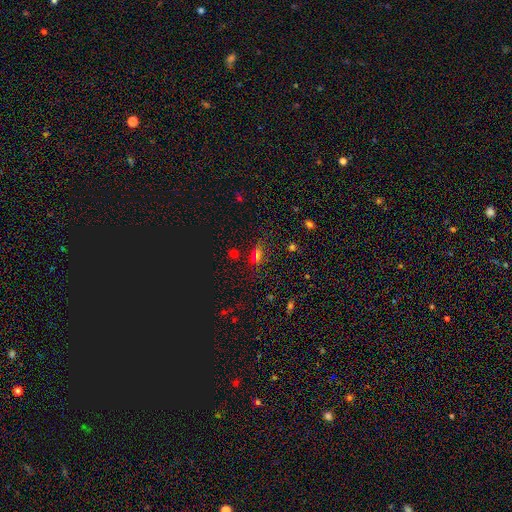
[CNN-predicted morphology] smooth_or_featured: smooth (p=0.50) [alt: star or artifact p=0.37]
merging: none (p=0.75) [alt: minor disturbance p=0.14]